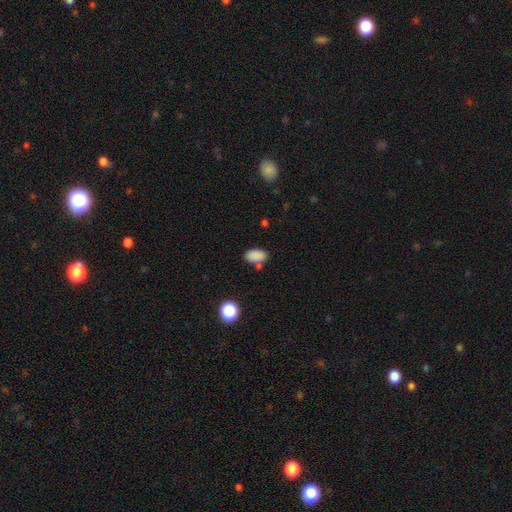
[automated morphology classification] Smooth or featured? smooth (86%)
How rounded? in between (92%)
Merging? none (70%)